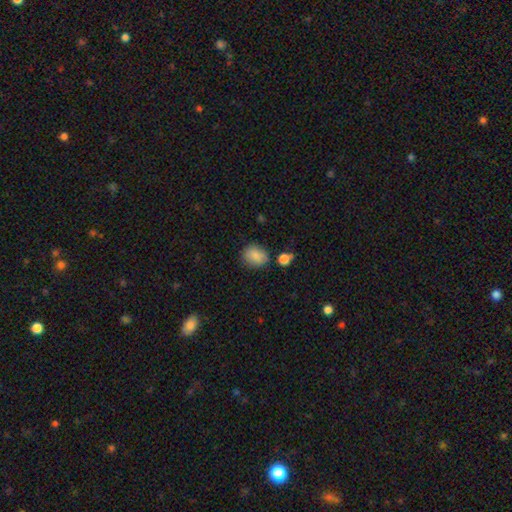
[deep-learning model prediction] Morphology: type=smooth (85%); roundness=in between (52%); merging=none (78%).